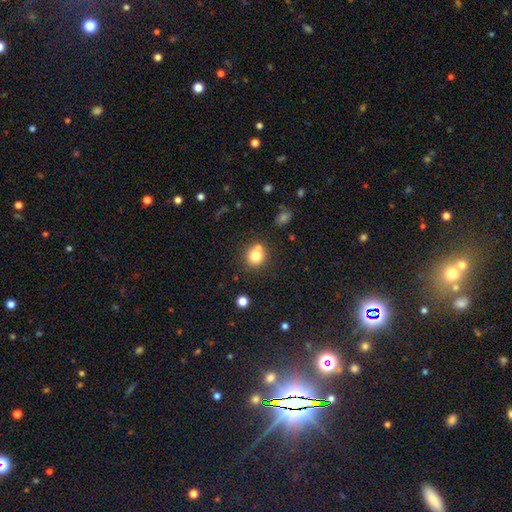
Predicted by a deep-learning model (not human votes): smooth 77%, star or artifact 13%, featured or disk 11%. Down the decision tree: how rounded — round (86%); merging — none (61%).